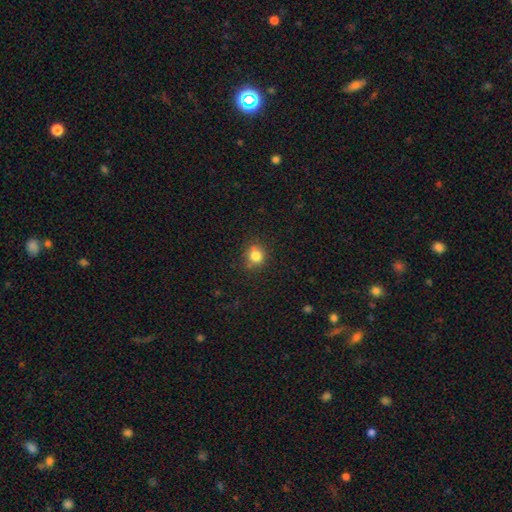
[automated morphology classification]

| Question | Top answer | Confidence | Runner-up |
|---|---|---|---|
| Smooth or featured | smooth | 82% | star or artifact (12%) |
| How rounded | round | 83% | in between (16%) |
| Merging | none | 81% | minor disturbance (14%) |